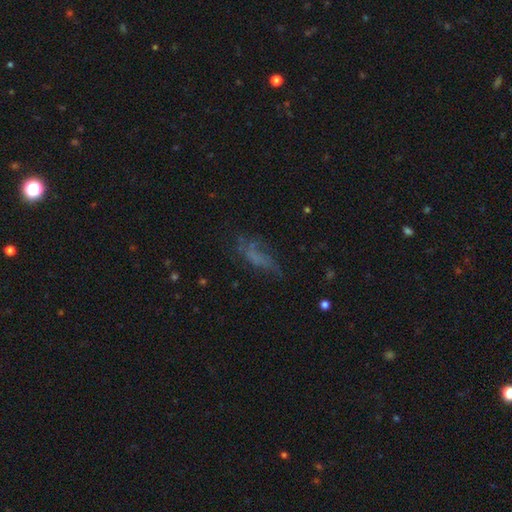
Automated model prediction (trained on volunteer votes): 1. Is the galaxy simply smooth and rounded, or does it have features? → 43% smooth, 37% featured or disk, 20% star or artifact.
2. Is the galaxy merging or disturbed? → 47% none, 26% major disturbance, 24% minor disturbance, 3% merger.